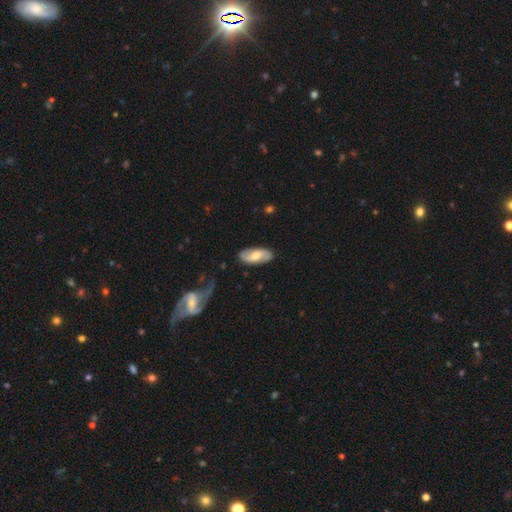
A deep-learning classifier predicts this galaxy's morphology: Smooth or featured?
  - featured or disk: 49% *
  - smooth: 46%
  - star or artifact: 5%
Merging?
  - none: 83% *
  - minor disturbance: 13%
  - major disturbance: 3%
  - merger: 2%